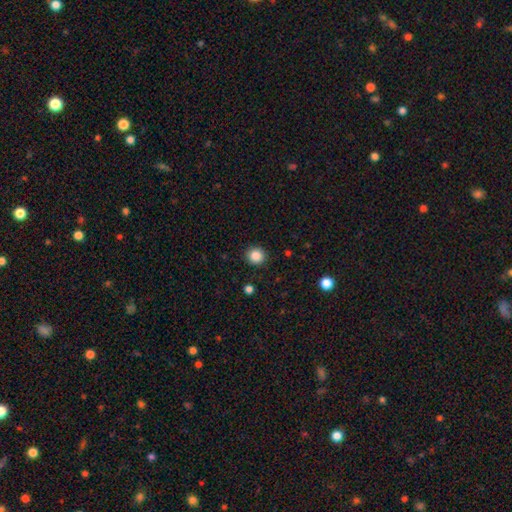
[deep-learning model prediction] Overall: smooth (86%). How rounded: round (92%). Merging: none (91%).